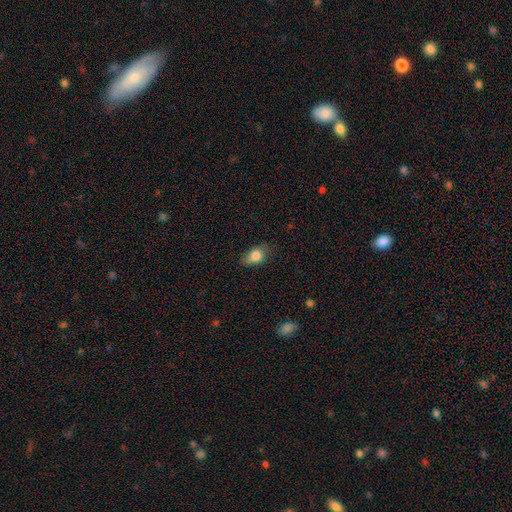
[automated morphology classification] smooth-or-featured: smooth: 80% | featured or disk: 11% | star or artifact: 9%
  how-rounded: in between: 77% | round: 20% | cigar-shaped: 4%
  merging: none: 64% | minor disturbance: 28% | major disturbance: 7% | merger: 2%